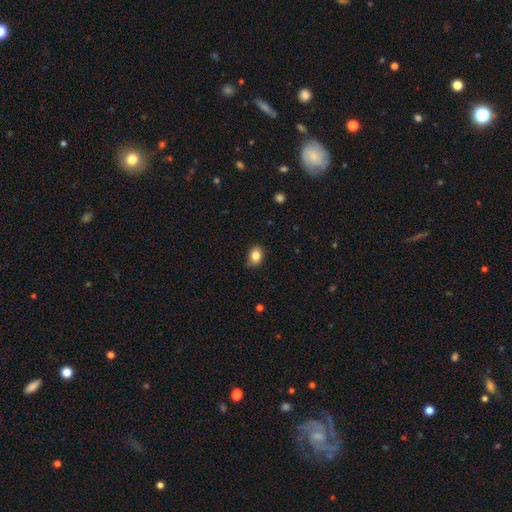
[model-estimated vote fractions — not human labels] This appears to be a smooth galaxy with no disk features (85%) that is in between round and cigar-shaped (61%). Merging: none (77%).